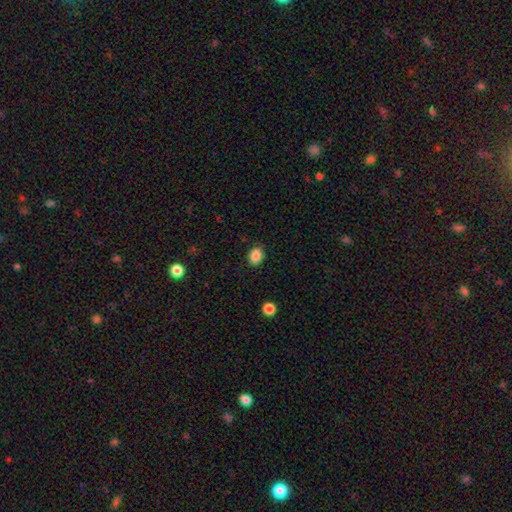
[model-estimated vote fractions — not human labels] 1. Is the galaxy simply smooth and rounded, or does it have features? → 87% smooth, 9% star or artifact, 3% featured or disk.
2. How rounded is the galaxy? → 58% in between, 41% round, 1% cigar-shaped.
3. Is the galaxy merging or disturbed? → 87% none, 9% minor disturbance, 2% major disturbance, 1% merger.